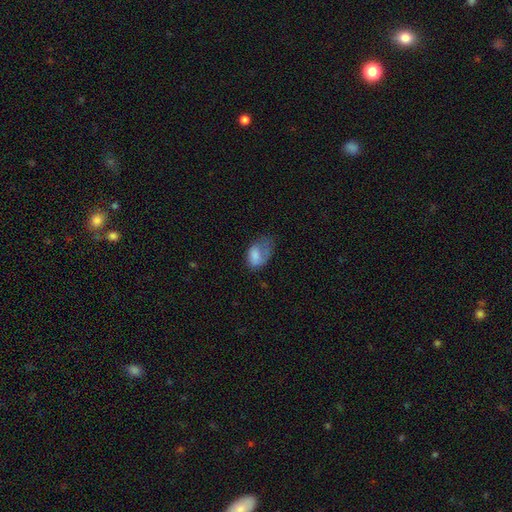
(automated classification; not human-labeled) smooth-or-featured: smooth: 74% | featured or disk: 18% | star or artifact: 8%
  how-rounded: in between: 88% | round: 11% | cigar-shaped: 1%
  merging: major disturbance: 43% | minor disturbance: 31% | none: 23% | merger: 3%